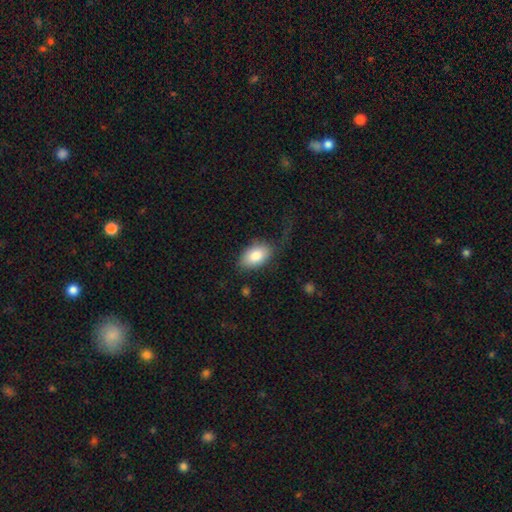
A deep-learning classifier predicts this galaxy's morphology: A smooth galaxy with no disk features (84%) that is in between round and cigar-shaped (92%). Merging: none (62%).